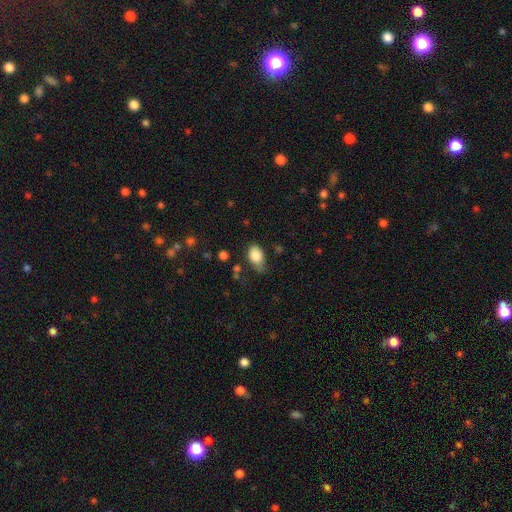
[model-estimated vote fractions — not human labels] Smooth or featured?
  - smooth: 83% *
  - featured or disk: 9%
  - star or artifact: 8%
How rounded?
  - in between: 87% *
  - round: 12%
  - cigar-shaped: 2%
Merging?
  - none: 52% *
  - minor disturbance: 36%
  - major disturbance: 10%
  - merger: 3%